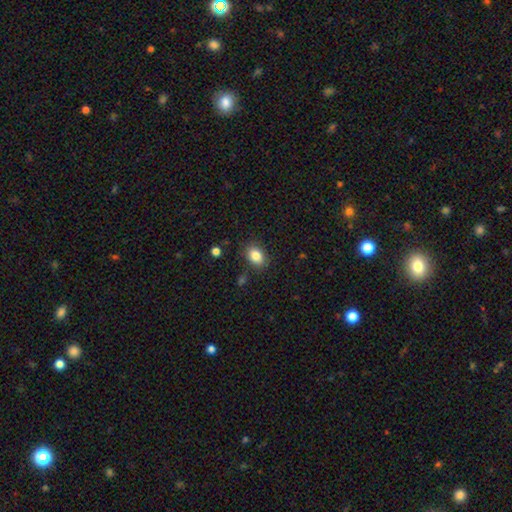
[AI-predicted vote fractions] Smooth or featured? smooth (85%)
How rounded? in between (75%)
Merging? none (84%)